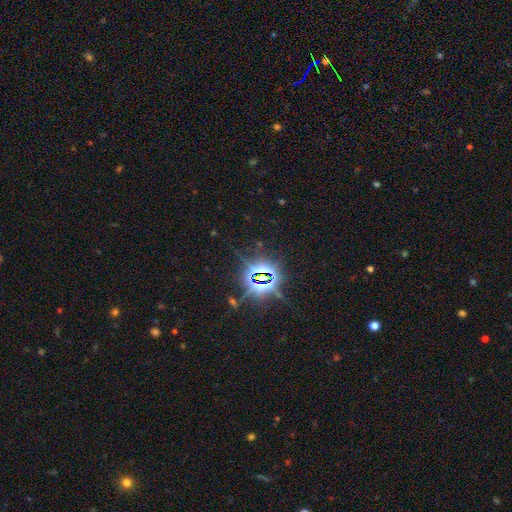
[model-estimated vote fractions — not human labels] The model was most divided on "smooth or featured": star or artifact: 83%, smooth: 10%, featured or disk: 7%.